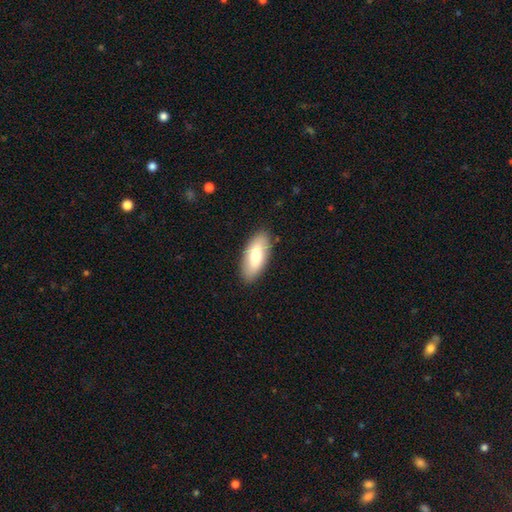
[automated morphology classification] The model was most divided on "smooth or featured": smooth: 75%, featured or disk: 20%, star or artifact: 6%. More confident: merging — none (87%); how rounded — in between (85%).